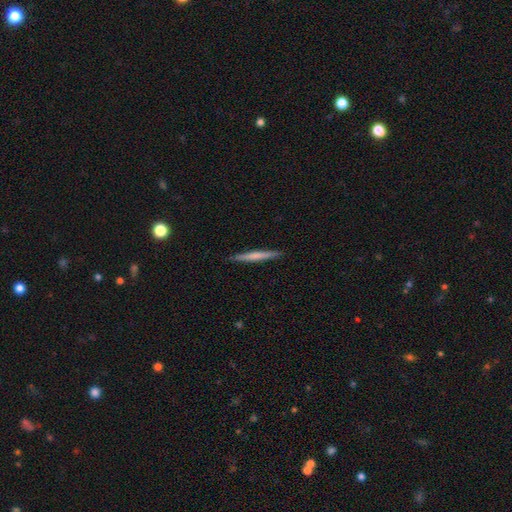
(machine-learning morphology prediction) A smooth galaxy with no disk features (52%) that is cigar-shaped (97%).

Vote fractions:
- Smooth or featured? smooth: 52% / featured or disk: 43% / star or artifact: 5%
- How rounded? cigar-shaped: 97% / in between: 2% / round: 1%
- Merging? none: 92% / minor disturbance: 6% / major disturbance: 1% / merger: 1%